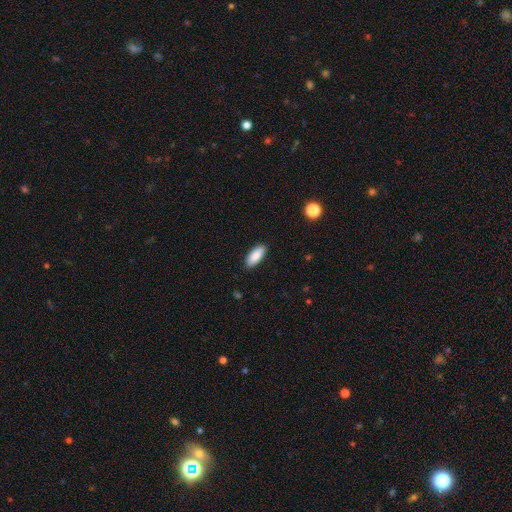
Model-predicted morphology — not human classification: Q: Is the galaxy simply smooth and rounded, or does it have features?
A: smooth — 88%.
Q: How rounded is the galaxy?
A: in between — 79%.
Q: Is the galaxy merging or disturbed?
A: none — 88%.